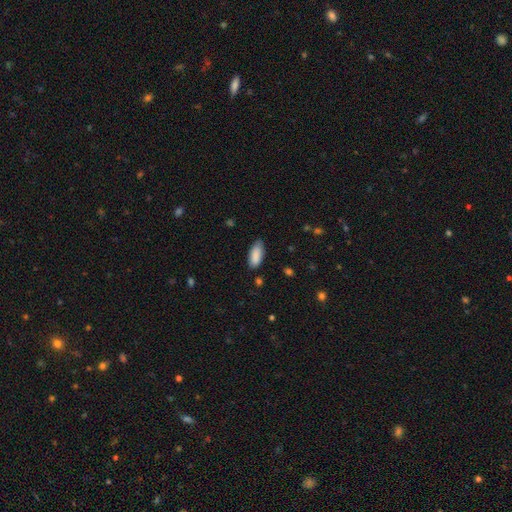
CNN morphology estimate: A smooth galaxy with no disk features (89%) that is in between round and cigar-shaped (84%).

Vote fractions:
- Smooth or featured? smooth: 89% / star or artifact: 6% / featured or disk: 5%
- How rounded? in between: 84% / cigar-shaped: 14% / round: 2%
- Merging? none: 75% / minor disturbance: 20% / major disturbance: 3% / merger: 1%